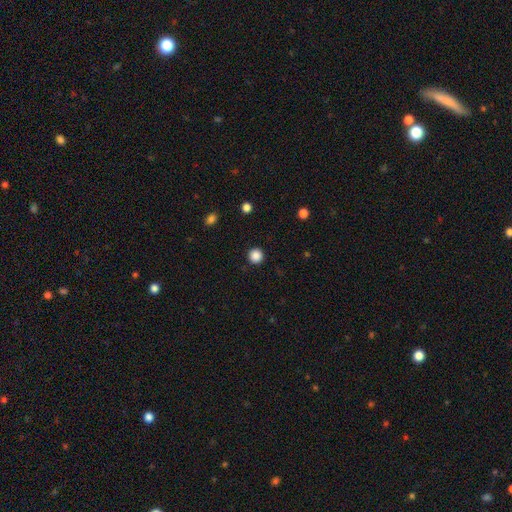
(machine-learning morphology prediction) This appears to be a smooth galaxy with no disk features (87%) that is round (96%). Merging: none (92%).